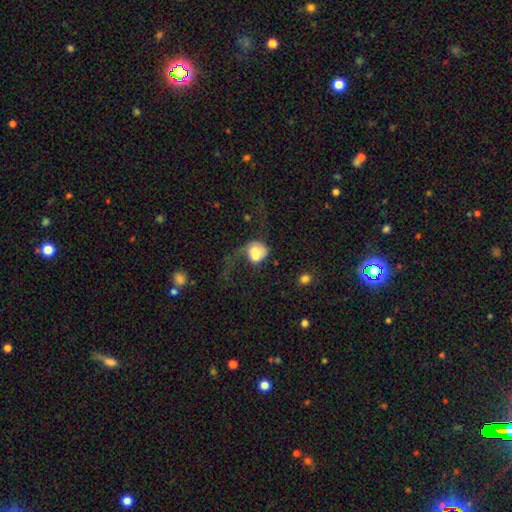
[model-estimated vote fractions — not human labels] Q: Smooth or featured?
A: smooth (64%); runner-up: featured or disk (27%)
Q: How rounded?
A: round (58%); runner-up: in between (41%)
Q: Merging?
A: major disturbance (54%); runner-up: none (18%)